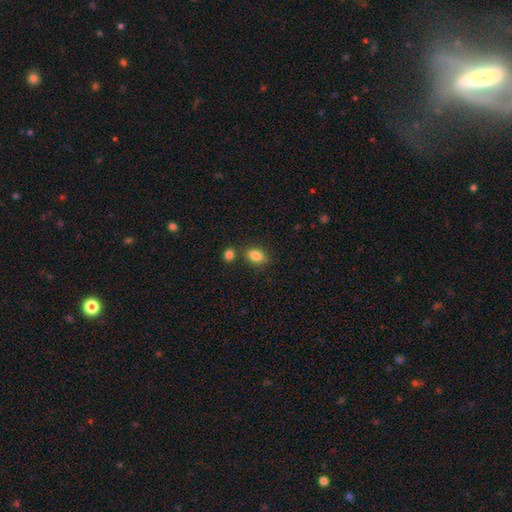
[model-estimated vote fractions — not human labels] This appears to be a smooth galaxy with no disk features (84%) that is in between round and cigar-shaped (81%). Merging: none (71%).